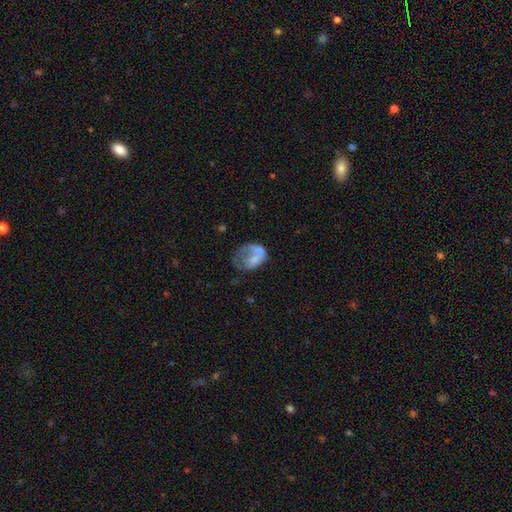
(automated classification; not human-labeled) Q: Smooth or featured?
A: smooth (51%); runner-up: featured or disk (40%)
Q: How rounded?
A: in between (67%); runner-up: round (32%)
Q: Merging?
A: major disturbance (46%); runner-up: none (26%)